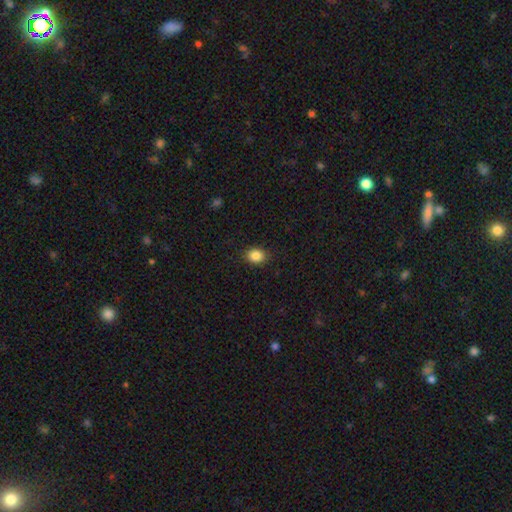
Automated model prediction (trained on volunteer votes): This appears to be a smooth galaxy with no disk features (86%) that is round (57%). Merging: none (89%).